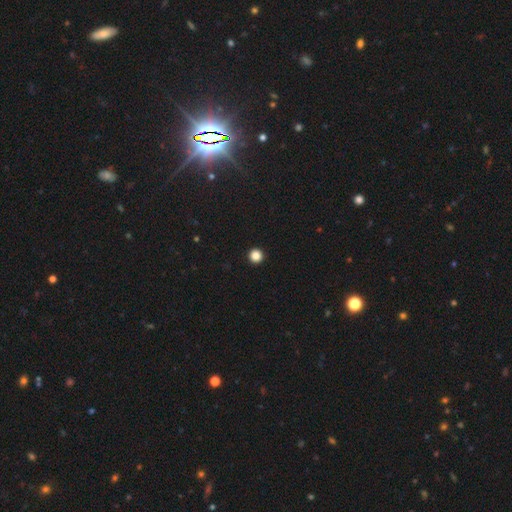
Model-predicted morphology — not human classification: Smooth or featured? Predicted: smooth (p=0.86). How rounded? Predicted: round (p=0.97). Merging? Predicted: none (p=0.95).